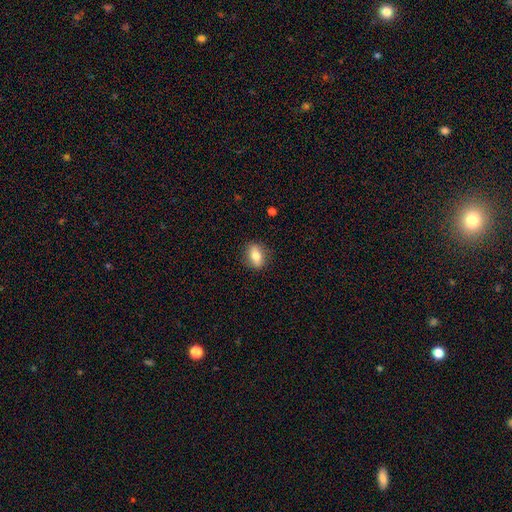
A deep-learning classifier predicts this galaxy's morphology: The model was most divided on "how rounded": in between: 73%, round: 21%, cigar-shaped: 6%. More confident: merging — none (85%); smooth or featured — smooth (75%).